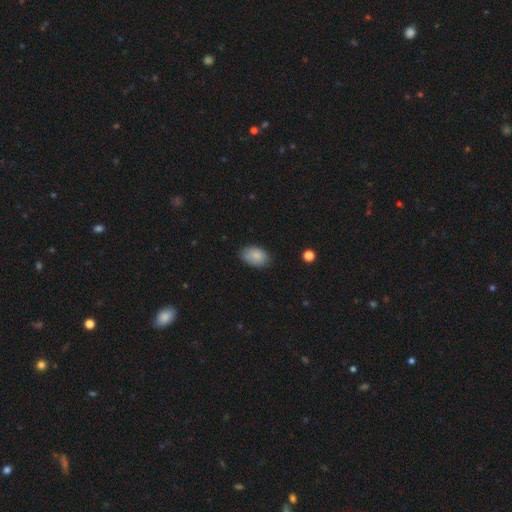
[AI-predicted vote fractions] Smooth or featured? Predicted: smooth (p=0.85). How rounded? Predicted: in between (p=0.89). Merging? Predicted: none (p=0.79).